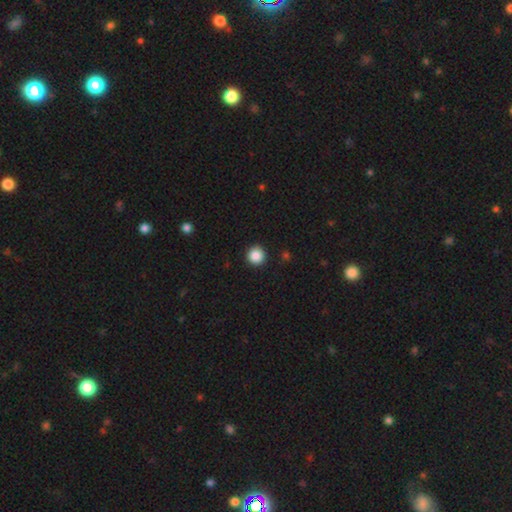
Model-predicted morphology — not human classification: type=smooth (87%); roundness=round (95%); merging=none (92%).